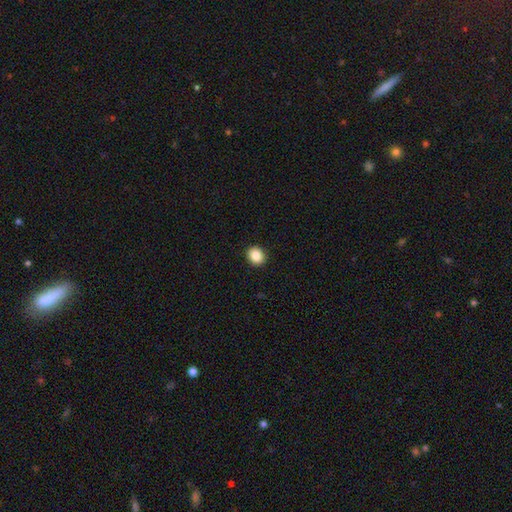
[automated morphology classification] A smooth galaxy with no disk features (87%) that is round (70%). Merging: none (92%).